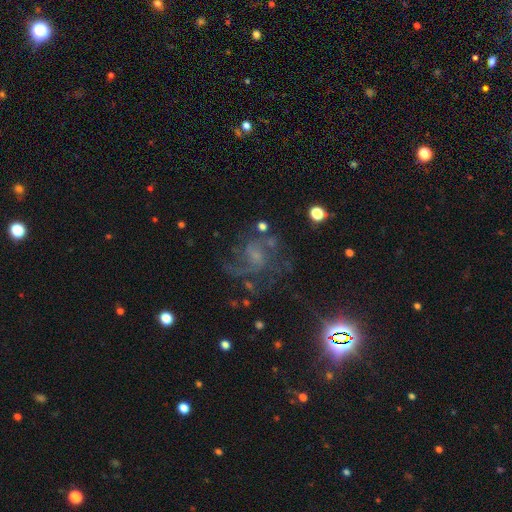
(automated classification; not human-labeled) Smooth or featured?
  - featured or disk: 67% *
  - star or artifact: 18%
  - smooth: 14%
Edge-on disk?
  - no: 98% *
  - yes: 2%
Bar?
  - no: 63% *
  - weak: 32%
  - strong: 5%
Spiral arms?
  - yes: 86% *
  - no: 14%
Spiral winding?
  - medium: 48% *
  - loose: 29%
  - tight: 22%
Spiral arm count?
  - 2: 31% *
  - can't tell: 30%
  - 3: 19%
  - 1: 8%
  - 4: 7%
  - more than 4: 5%
Bulge size?
  - small: 49% *
  - moderate: 24%
  - none: 23%
  - large: 3%
  - dominant: 1%
Merging?
  - none: 54% *
  - major disturbance: 24%
  - minor disturbance: 18%
  - merger: 4%